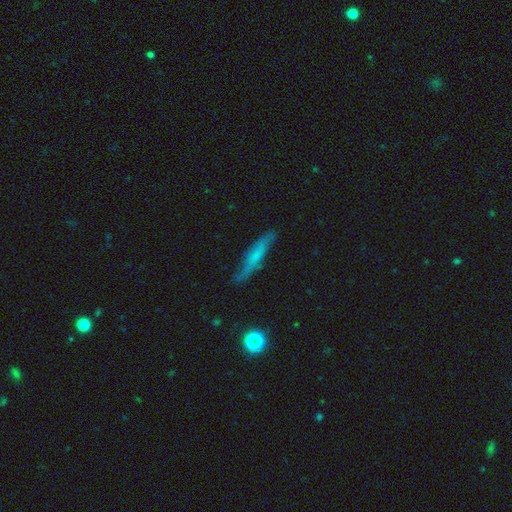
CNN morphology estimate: type=smooth (52%); roundness=cigar-shaped (86%); merging=none (73%).